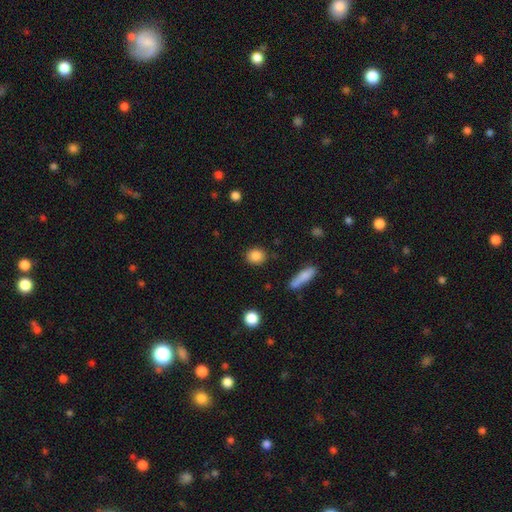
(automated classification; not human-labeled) Smooth or featured? smooth (86%)
How rounded? round (72%)
Merging? none (87%)